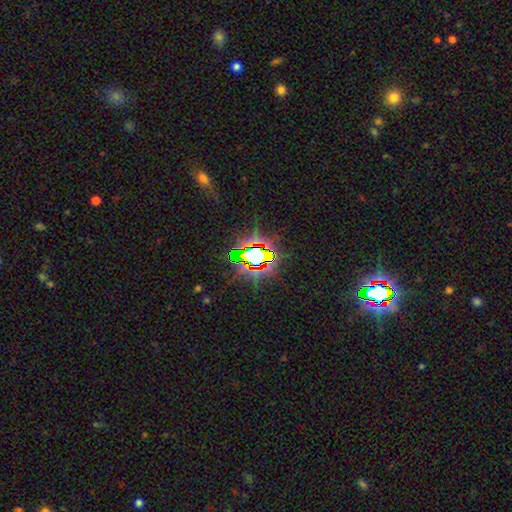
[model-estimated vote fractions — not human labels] A star or artifact, not a galaxy (76%).